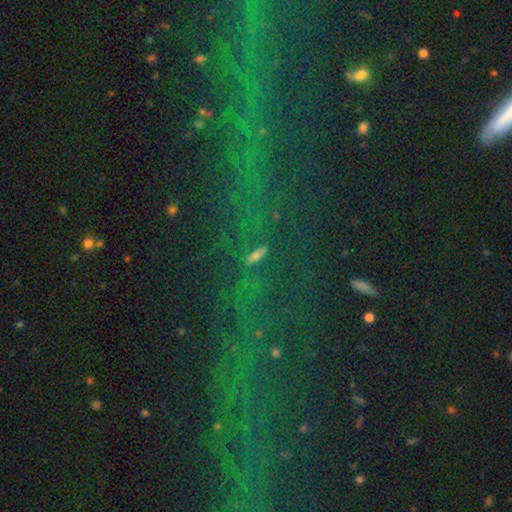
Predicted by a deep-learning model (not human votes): Smooth or featured?
  - star or artifact: 51% *
  - smooth: 29%
  - featured or disk: 20%